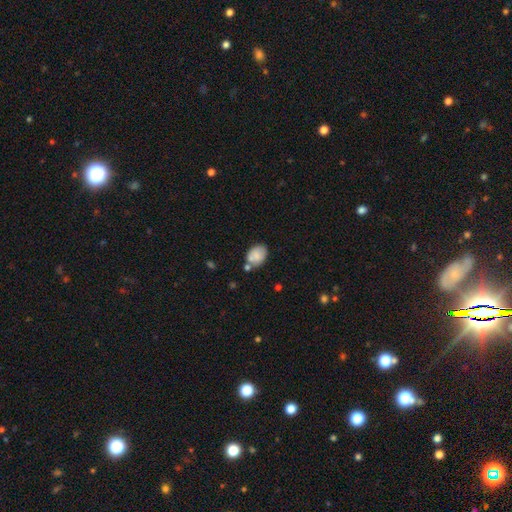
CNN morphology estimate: The model was most divided on "merging": none: 57%, minor disturbance: 20%, merger: 18%, major disturbance: 5%. More confident: smooth or featured — smooth (80%); how rounded — in between (72%).